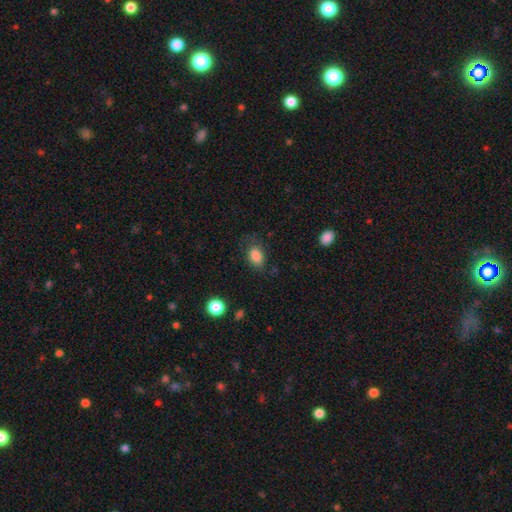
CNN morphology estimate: This appears to be a smooth galaxy with no disk features (85%) that is in between round and cigar-shaped (81%). Merging: none (73%).